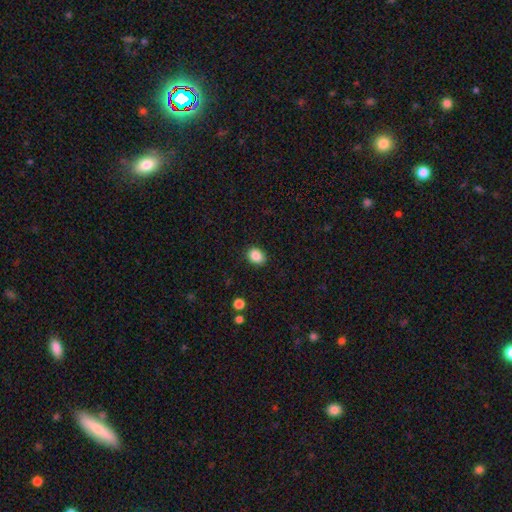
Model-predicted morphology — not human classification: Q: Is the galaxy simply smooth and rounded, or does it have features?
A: smooth — 87%.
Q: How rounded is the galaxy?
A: in between — 56%.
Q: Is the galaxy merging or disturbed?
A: none — 88%.